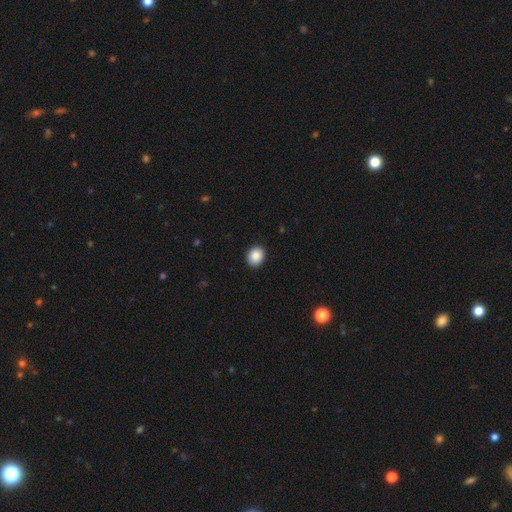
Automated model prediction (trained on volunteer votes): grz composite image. It shows a smooth galaxy with no disk features (89%) that is round (63%). Merging: none (91%).